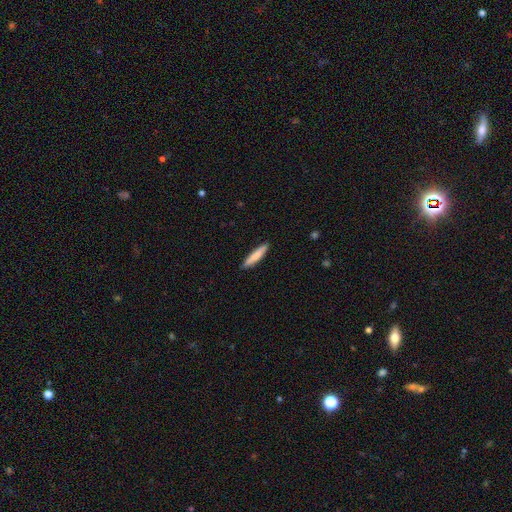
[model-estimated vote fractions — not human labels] smooth-or-featured: smooth: 76% | featured or disk: 19% | star or artifact: 5%
  how-rounded: cigar-shaped: 90% | in between: 9% | round: 1%
  merging: none: 90% | minor disturbance: 7% | major disturbance: 1% | merger: 1%